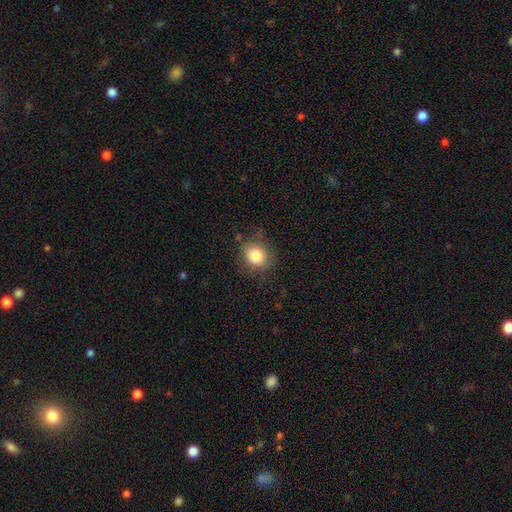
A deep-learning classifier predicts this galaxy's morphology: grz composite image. It shows a smooth galaxy with no disk features (81%) that is round (74%). Merging: none (77%).